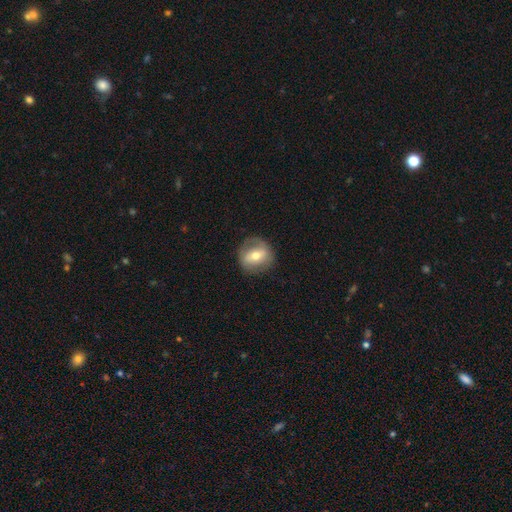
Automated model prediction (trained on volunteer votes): Q: Smooth or featured?
A: smooth (47%); runner-up: featured or disk (45%)
Q: Merging?
A: none (79%); runner-up: minor disturbance (13%)